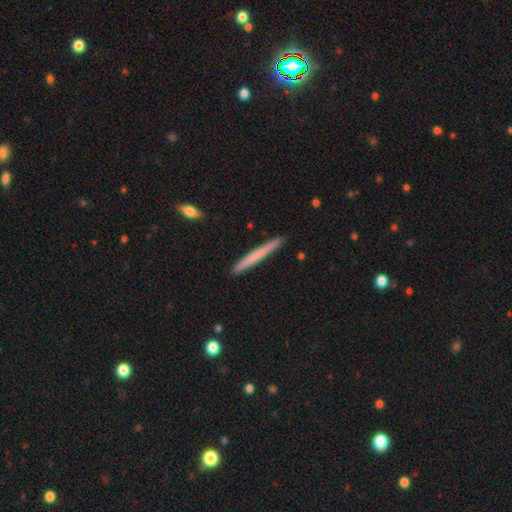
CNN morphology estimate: This appears to be a smooth galaxy with no disk features (65%) that is cigar-shaped (97%). Merging: none (92%).